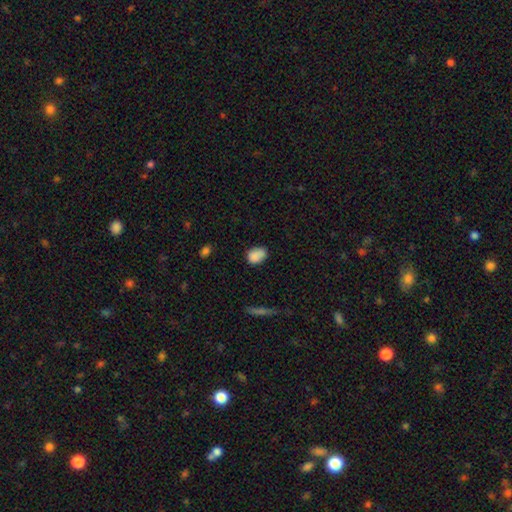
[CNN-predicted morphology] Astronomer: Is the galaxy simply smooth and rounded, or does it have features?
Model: smooth — 86%.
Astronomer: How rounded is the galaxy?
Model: in between — 78%.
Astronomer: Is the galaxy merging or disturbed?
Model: none — 70%.